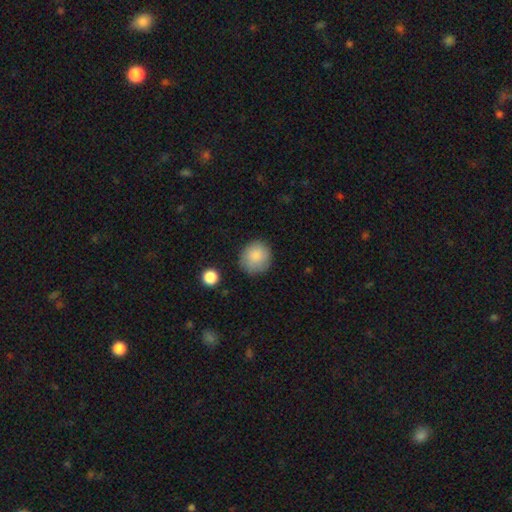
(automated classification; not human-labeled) A smooth galaxy with no disk features (86%) that is round (87%).

Vote fractions:
- Smooth or featured? smooth: 86% / star or artifact: 7% / featured or disk: 7%
- How rounded? round: 87% / in between: 12% / cigar-shaped: 1%
- Merging? none: 81% / minor disturbance: 13% / major disturbance: 3% / merger: 2%